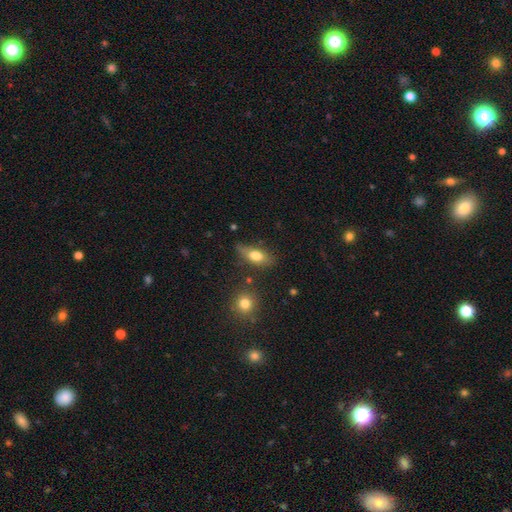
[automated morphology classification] Overall: smooth (73%). How rounded: in between (79%). Merging: none (65%).